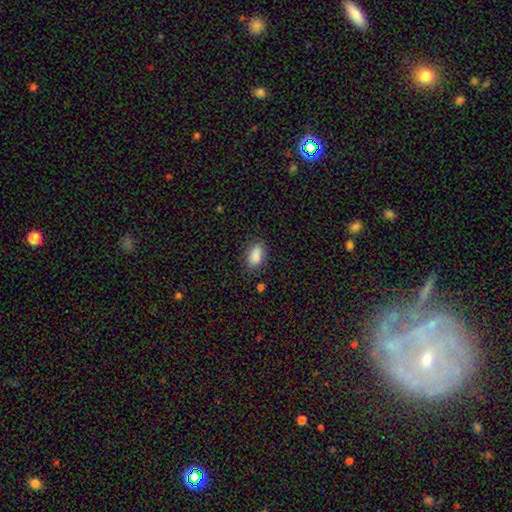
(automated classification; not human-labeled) Smooth or featured: smooth — 88% (star or artifact — 8%)
How rounded: in between — 91% (round — 6%)
Merging: none — 79% (minor disturbance — 15%)